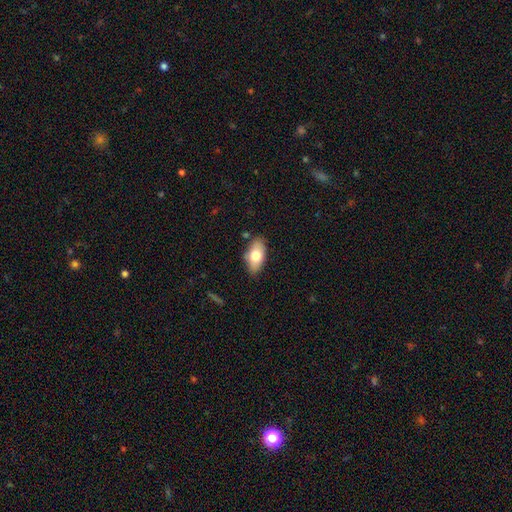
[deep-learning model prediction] This appears to be a smooth galaxy with no disk features (73%) that is in between round and cigar-shaped (92%). Merging: none (80%).